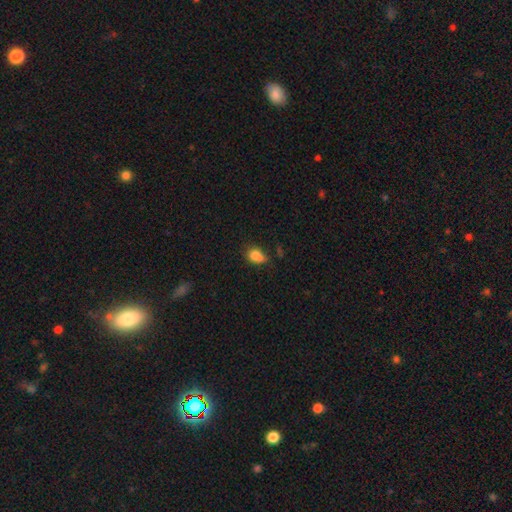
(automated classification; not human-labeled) smooth-or-featured: smooth: 83% | star or artifact: 10% | featured or disk: 7%
  how-rounded: in between: 69% | round: 29% | cigar-shaped: 2%
  merging: none: 50% | minor disturbance: 36% | major disturbance: 10% | merger: 4%